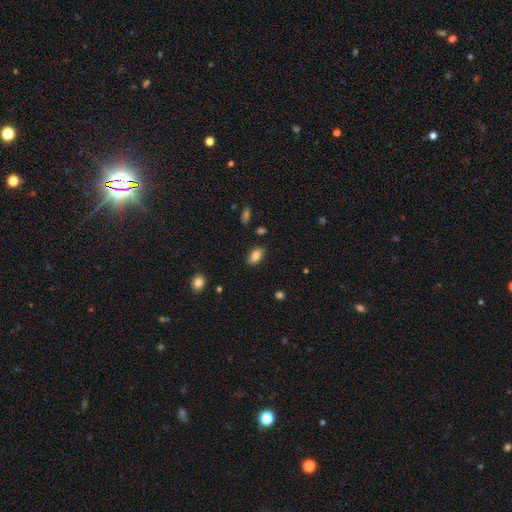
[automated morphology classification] Smooth or featured? smooth (82%)
How rounded? in between (91%)
Merging? none (85%)